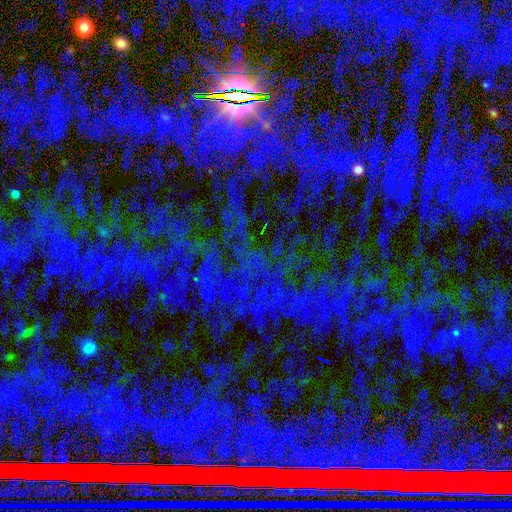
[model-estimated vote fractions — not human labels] Overall: star or artifact (82%).